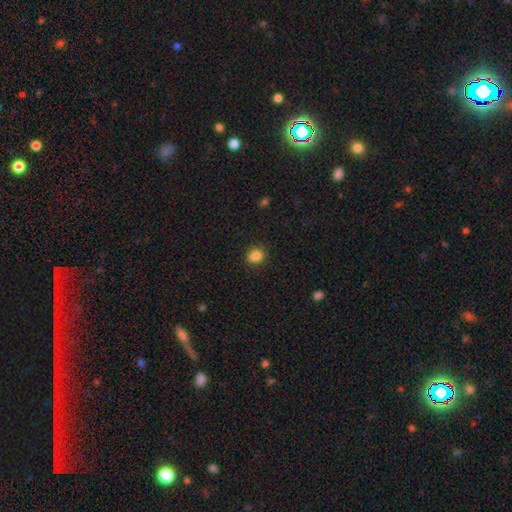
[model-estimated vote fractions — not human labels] smooth_or_featured: smooth (p=0.84) [alt: star or artifact p=0.11]
how_rounded: round (p=0.57) [alt: in between p=0.42]
merging: none (p=0.79) [alt: minor disturbance p=0.15]